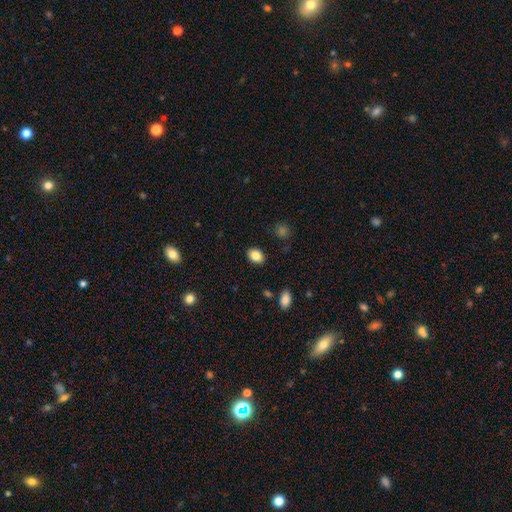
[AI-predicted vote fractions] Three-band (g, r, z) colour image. It shows a smooth galaxy with no disk features (85%) that is in between round and cigar-shaped (73%). Merging: none (88%).